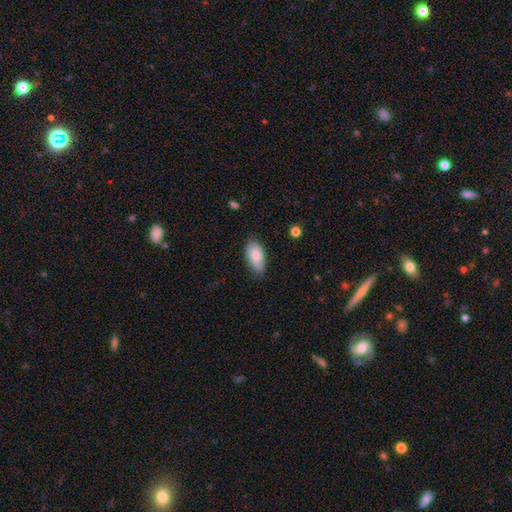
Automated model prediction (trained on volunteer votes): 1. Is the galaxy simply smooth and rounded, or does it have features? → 82% smooth, 12% featured or disk, 6% star or artifact.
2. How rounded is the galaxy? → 94% in between, 3% cigar-shaped, 3% round.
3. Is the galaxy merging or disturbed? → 72% none, 23% minor disturbance, 4% major disturbance, 1% merger.